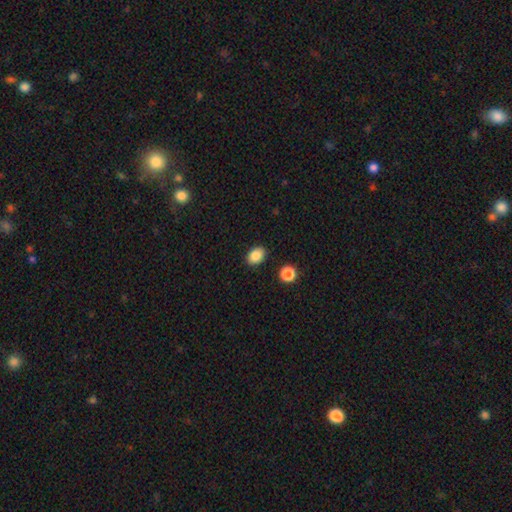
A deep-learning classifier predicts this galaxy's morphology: smooth-or-featured: smooth: 87% | star or artifact: 9% | featured or disk: 4%
  how-rounded: in between: 72% | round: 27% | cigar-shaped: 1%
  merging: none: 88% | minor disturbance: 8% | major disturbance: 2% | merger: 2%